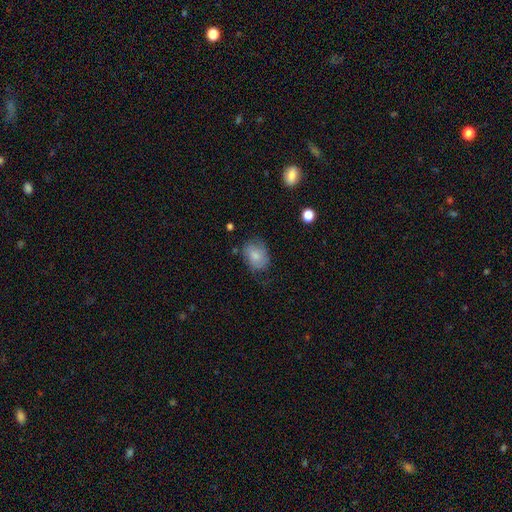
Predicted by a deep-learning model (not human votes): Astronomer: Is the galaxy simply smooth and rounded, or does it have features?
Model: smooth — 75%.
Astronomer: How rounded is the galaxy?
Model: in between — 62% (runner-up: round, 37%).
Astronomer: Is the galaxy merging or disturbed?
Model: none — 60%.